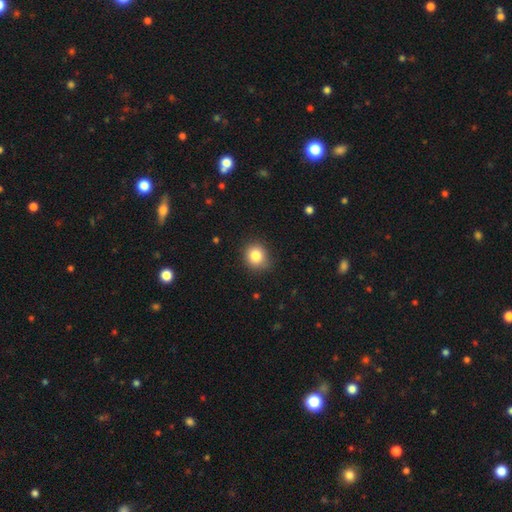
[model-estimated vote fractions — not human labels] A smooth galaxy with no disk features (83%) that is round (80%).

Vote fractions:
- Smooth or featured? smooth: 83% / star or artifact: 11% / featured or disk: 6%
- How rounded? round: 80% / in between: 19% / cigar-shaped: 1%
- Merging? none: 84% / minor disturbance: 12% / major disturbance: 3% / merger: 1%